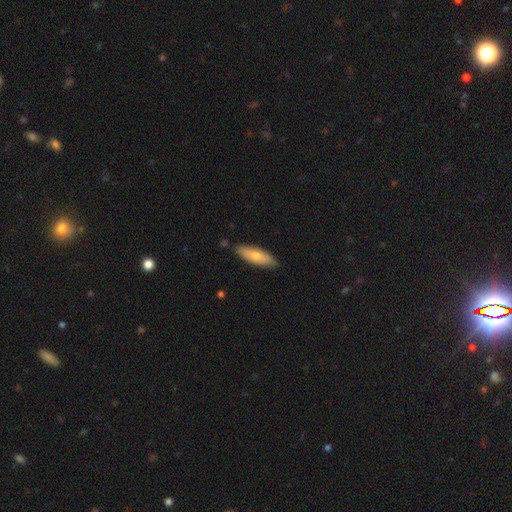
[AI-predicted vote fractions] Smooth or featured?
  - smooth: 72% *
  - featured or disk: 22%
  - star or artifact: 5%
How rounded?
  - in between: 51% *
  - cigar-shaped: 47%
  - round: 2%
Merging?
  - none: 83% *
  - minor disturbance: 13%
  - major disturbance: 2%
  - merger: 2%